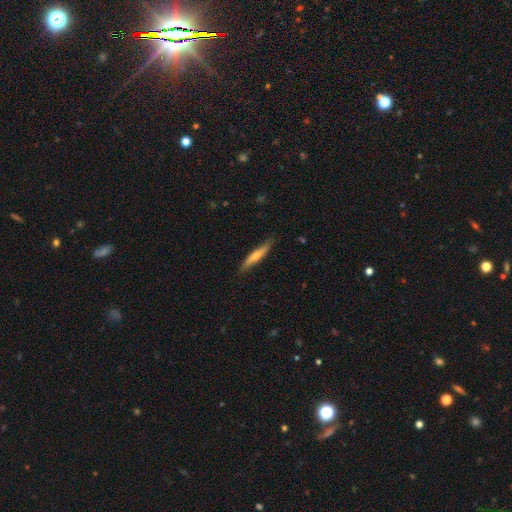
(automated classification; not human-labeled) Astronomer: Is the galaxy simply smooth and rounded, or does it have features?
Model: smooth — 61%.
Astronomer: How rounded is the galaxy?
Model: cigar-shaped — 89%.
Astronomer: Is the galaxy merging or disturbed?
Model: none — 82%.